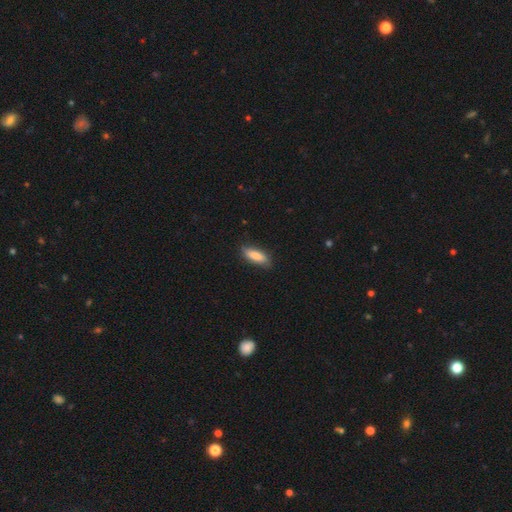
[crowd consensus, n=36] Smooth or featured?
  - smooth: 89% *
  - featured or disk: 8%
  - star or artifact: 3%
How rounded?
  - in between: 59% *
  - cigar-shaped: 41%
  - round: 0%
Merging?
  - none: 86% *
  - minor disturbance: 14%
  - major disturbance: 0%
  - merger: 0%